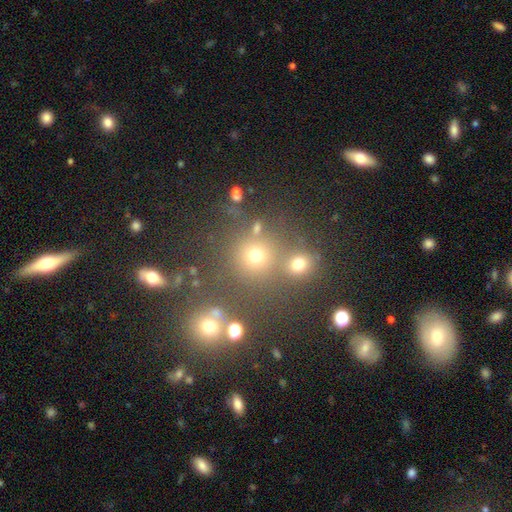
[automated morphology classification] smooth_or_featured: smooth (p=0.69) [alt: star or artifact p=0.23]
how_rounded: round (p=0.89) [alt: in between p=0.10]
merging: none (p=0.66) [alt: merger p=0.21]